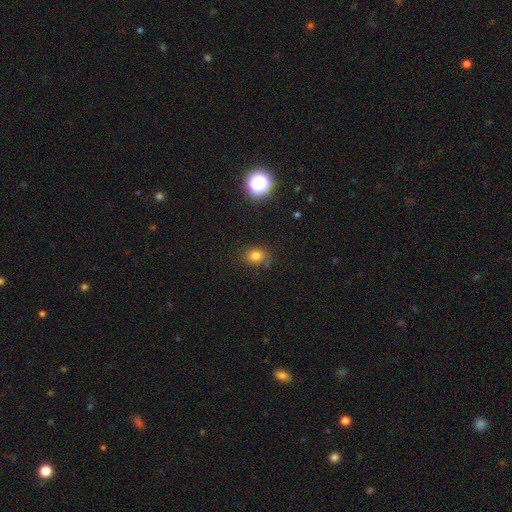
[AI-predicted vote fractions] Smooth or featured?
  - smooth: 75% *
  - star or artifact: 16%
  - featured or disk: 9%
How rounded?
  - in between: 54% *
  - round: 45%
  - cigar-shaped: 1%
Merging?
  - none: 74% *
  - minor disturbance: 18%
  - major disturbance: 5%
  - merger: 3%